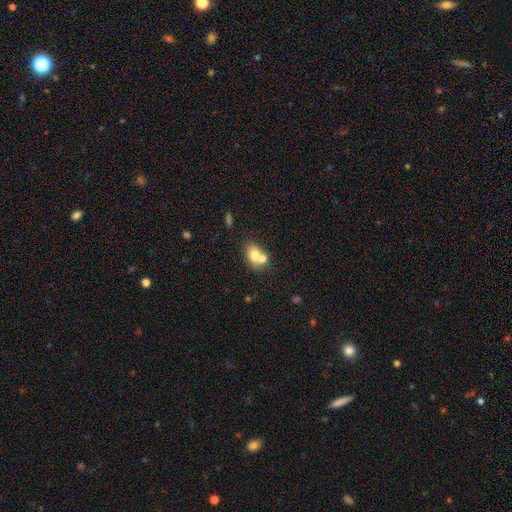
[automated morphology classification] Overall: smooth (71%). How rounded: in between (57%; round 41%). Merging: merger (58%; none 30%).